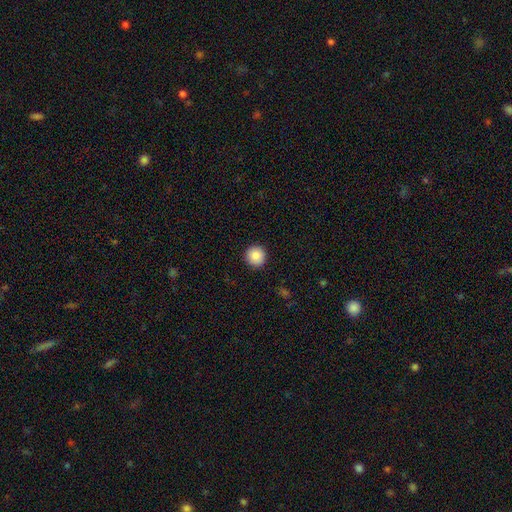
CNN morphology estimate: A smooth galaxy with no disk features (88%) that is round (96%). Merging: none (93%).